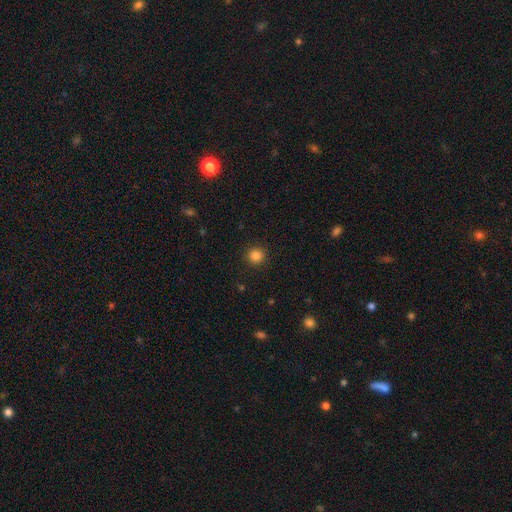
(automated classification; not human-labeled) A smooth galaxy with no disk features (85%) that is round (93%).

Vote fractions:
- Smooth or featured? smooth: 85% / star or artifact: 12% / featured or disk: 3%
- How rounded? round: 93% / in between: 6% / cigar-shaped: 1%
- Merging? none: 91% / minor disturbance: 6% / major disturbance: 2% / merger: 1%